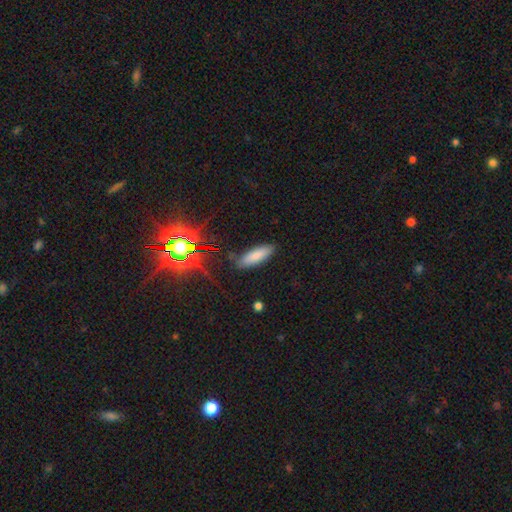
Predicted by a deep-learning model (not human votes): Q: Smooth or featured?
A: smooth (78%); runner-up: star or artifact (11%)
Q: How rounded?
A: in between (53%); runner-up: cigar-shaped (46%)
Q: Merging?
A: none (84%); runner-up: minor disturbance (11%)